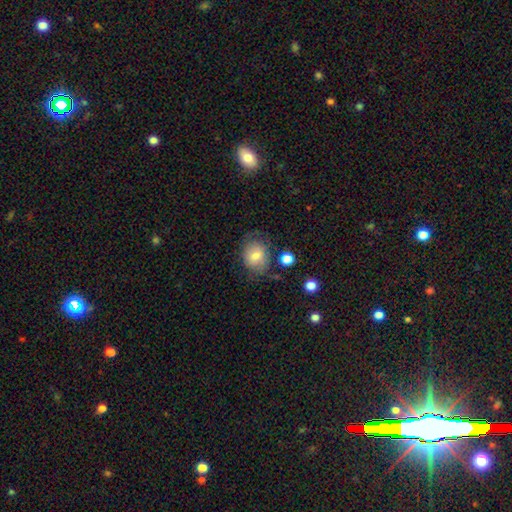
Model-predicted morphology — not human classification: Smooth or featured: smooth — 73% (featured or disk — 17%)
How rounded: round — 52% (in between — 47%)
Merging: none — 63% (minor disturbance — 23%)